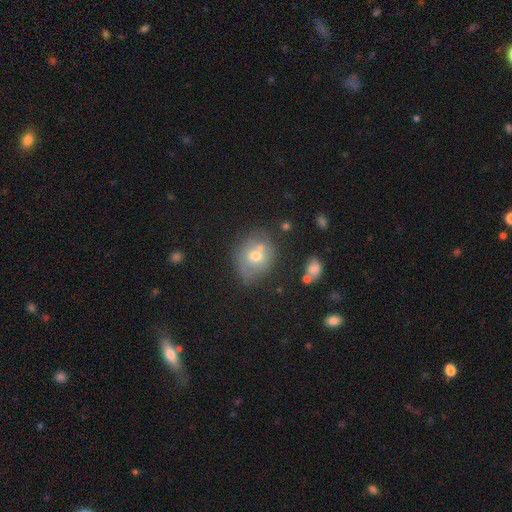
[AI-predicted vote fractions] A smooth galaxy with no disk features (58%) that is round (63%).

Vote fractions:
- Smooth or featured? smooth: 58% / featured or disk: 31% / star or artifact: 11%
- How rounded? round: 63% / in between: 36% / cigar-shaped: 1%
- Merging? none: 52% / merger: 21% / minor disturbance: 20% / major disturbance: 6%